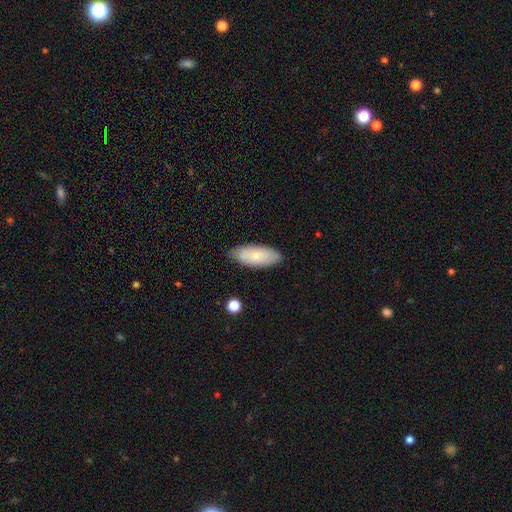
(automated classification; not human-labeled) This is likely a smooth galaxy (73%). How rounded: clearly in between (88%). Merging: clearly none (80%).